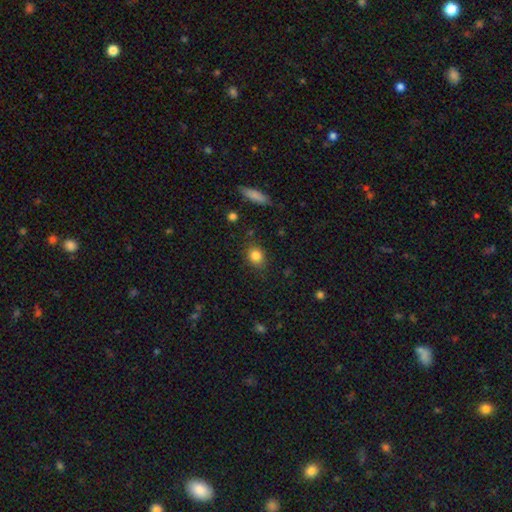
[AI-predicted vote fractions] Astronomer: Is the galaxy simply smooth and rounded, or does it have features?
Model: smooth — 83%.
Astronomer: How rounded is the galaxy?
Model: round — 60% (runner-up: in between, 39%).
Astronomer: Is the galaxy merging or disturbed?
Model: none — 83%.